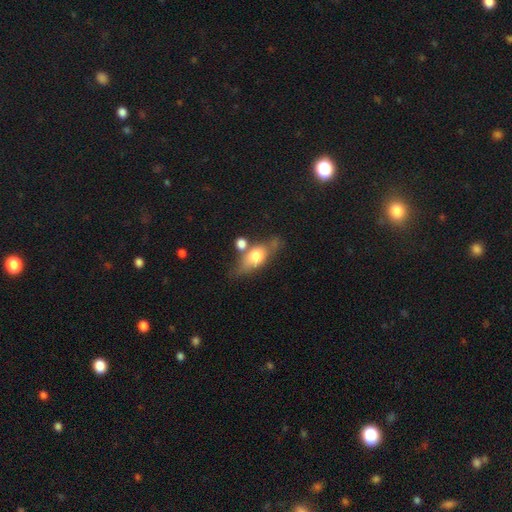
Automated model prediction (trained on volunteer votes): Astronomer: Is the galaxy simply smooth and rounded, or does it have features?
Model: smooth — 60%.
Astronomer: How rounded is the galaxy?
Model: in between — 70%.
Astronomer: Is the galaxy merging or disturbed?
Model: none — 52%.